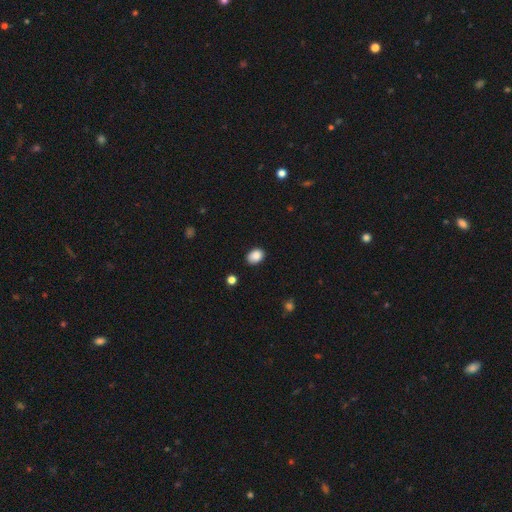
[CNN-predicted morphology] Overall: smooth (88%). How rounded: in between (72%). Merging: none (85%).